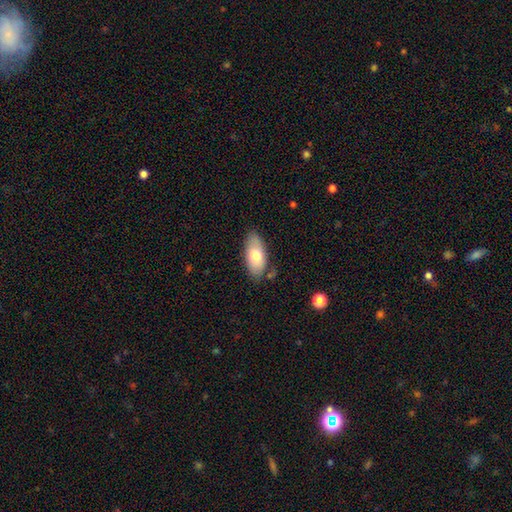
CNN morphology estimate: Smooth or featured? Predicted: smooth (p=0.75). How rounded? Predicted: in between (p=0.91). Merging? Predicted: none (p=0.79).